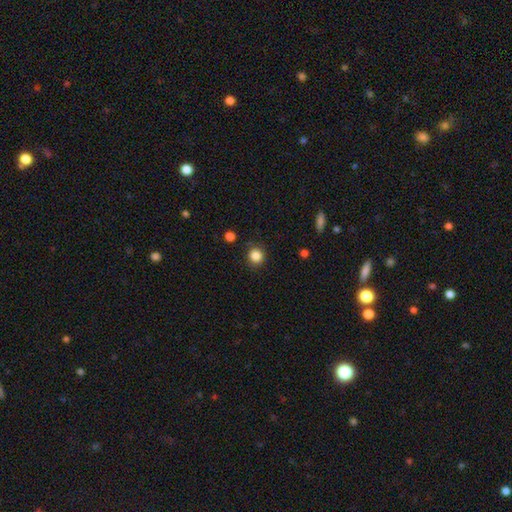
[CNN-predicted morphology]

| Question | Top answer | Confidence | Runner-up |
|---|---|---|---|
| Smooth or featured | smooth | 85% | star or artifact (11%) |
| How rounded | round | 89% | in between (10%) |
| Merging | none | 86% | minor disturbance (10%) |